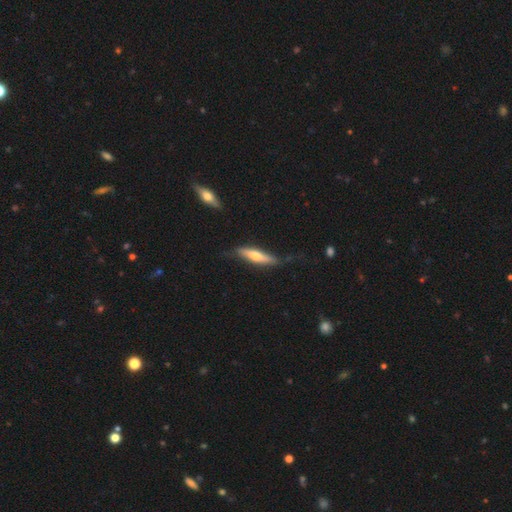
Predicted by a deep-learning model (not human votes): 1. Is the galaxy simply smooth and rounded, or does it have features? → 53% smooth, 42% featured or disk, 5% star or artifact.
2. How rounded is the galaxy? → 74% cigar-shaped, 24% in between, 2% round.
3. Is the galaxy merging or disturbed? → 72% none, 21% minor disturbance, 5% major disturbance, 2% merger.